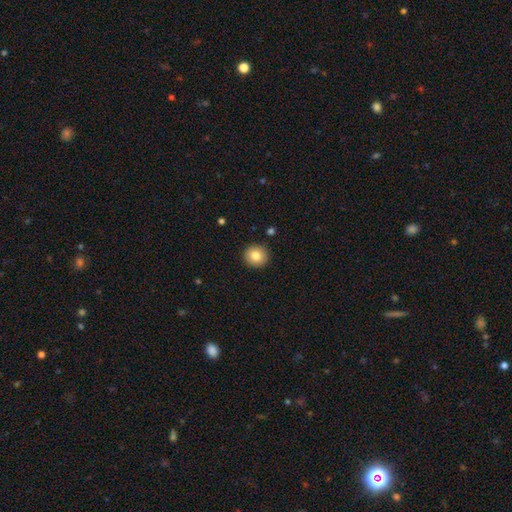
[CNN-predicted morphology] Smooth or featured? Predicted: smooth (p=0.82). How rounded? Predicted: round (p=0.92). Merging? Predicted: none (p=0.92).